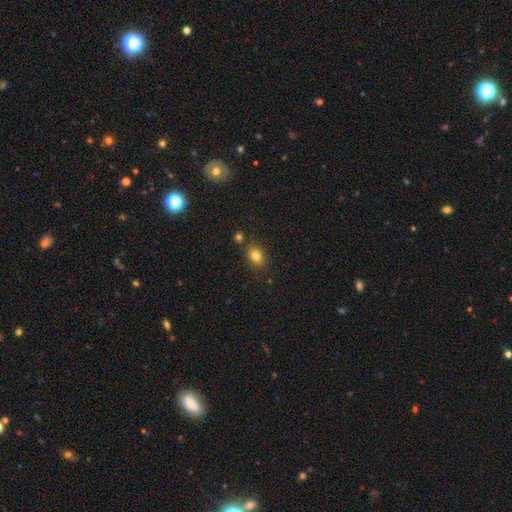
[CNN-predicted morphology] Overall: smooth (81%). How rounded: in between (71%). Merging: none (79%).